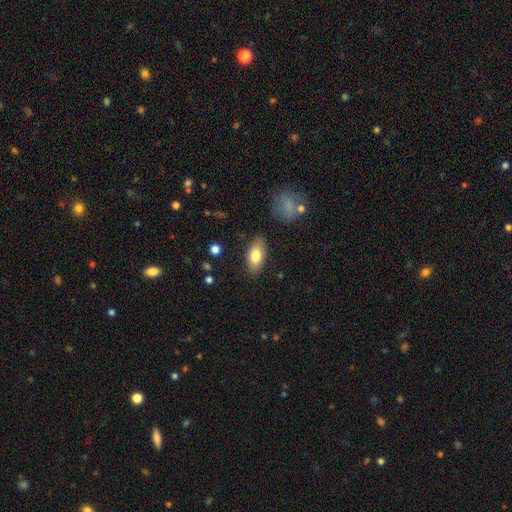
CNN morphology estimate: type=smooth (79%); roundness=in between (89%); merging=none (84%).